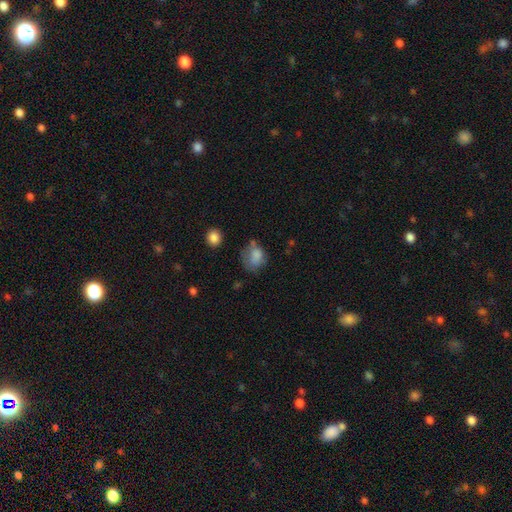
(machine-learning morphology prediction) smooth_or_featured: smooth (p=0.76) [alt: featured or disk p=0.13]
how_rounded: in between (p=0.53) [alt: round p=0.45]
merging: none (p=0.40) [alt: minor disturbance p=0.32]